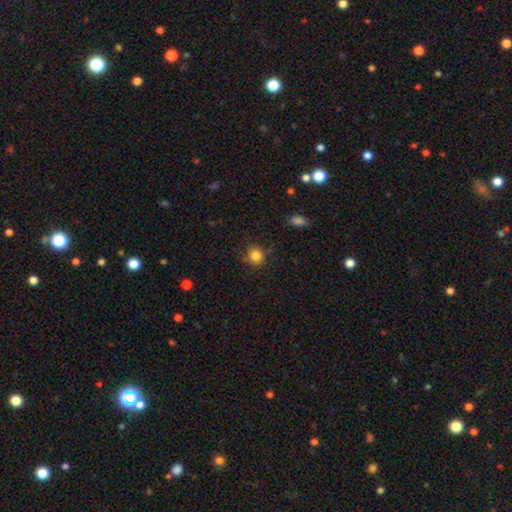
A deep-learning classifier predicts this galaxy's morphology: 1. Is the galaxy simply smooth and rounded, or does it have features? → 84% smooth, 11% star or artifact, 5% featured or disk.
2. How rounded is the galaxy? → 84% round, 15% in between, 1% cigar-shaped.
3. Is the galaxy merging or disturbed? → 81% none, 13% minor disturbance, 3% major disturbance, 3% merger.